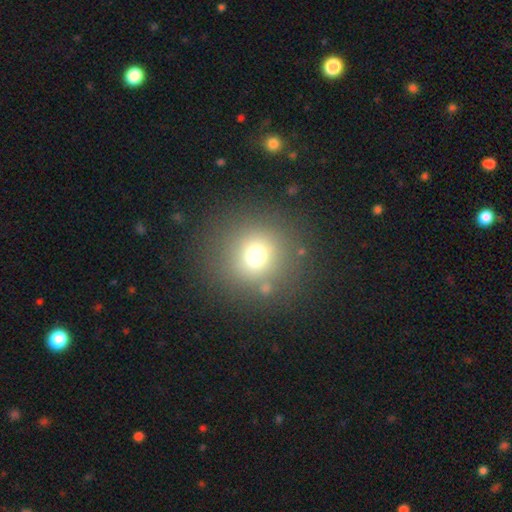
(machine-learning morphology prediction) smooth_or_featured: smooth (p=0.71) [alt: star or artifact p=0.18]
how_rounded: round (p=0.93) [alt: in between p=0.06]
merging: none (p=0.84) [alt: minor disturbance p=0.08]